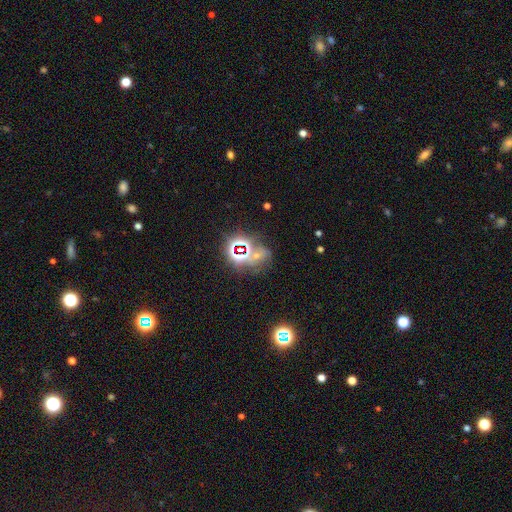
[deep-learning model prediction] Smooth or featured?
  - star or artifact: 72% *
  - smooth: 15%
  - featured or disk: 13%